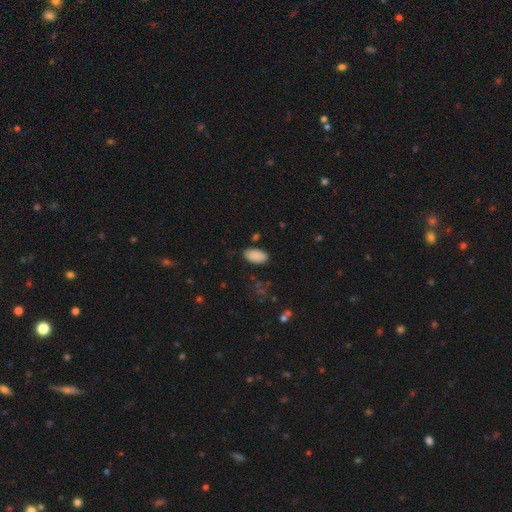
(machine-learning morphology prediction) A smooth galaxy with no disk features (88%) that is in between round and cigar-shaped (95%).

Vote fractions:
- Smooth or featured? smooth: 88% / star or artifact: 8% / featured or disk: 4%
- How rounded? in between: 95% / round: 3% / cigar-shaped: 2%
- Merging? none: 82% / minor disturbance: 13% / major disturbance: 3% / merger: 2%